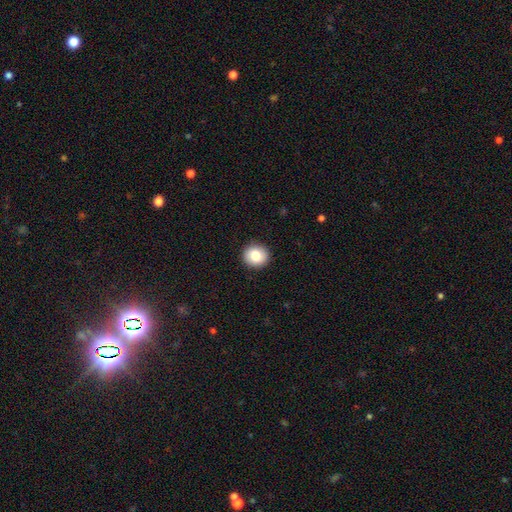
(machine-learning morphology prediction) Overall: smooth (82%). How rounded: round (87%). Merging: none (92%).